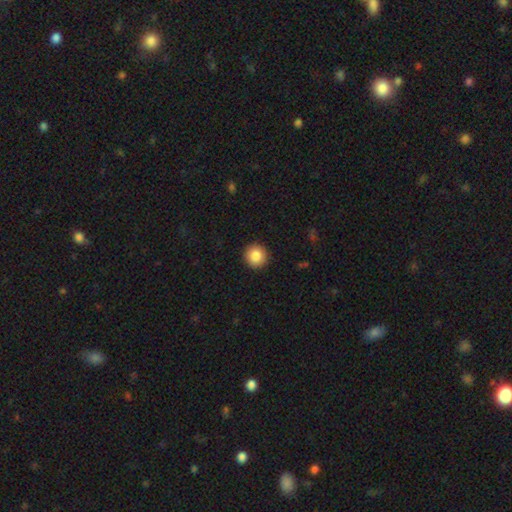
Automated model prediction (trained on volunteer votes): The model was most divided on "smooth or featured": smooth: 86%, star or artifact: 9%, featured or disk: 6%. More confident: how rounded — round (95%); merging — none (93%).